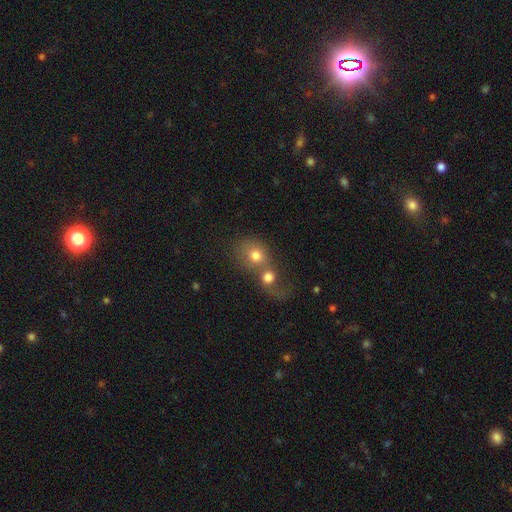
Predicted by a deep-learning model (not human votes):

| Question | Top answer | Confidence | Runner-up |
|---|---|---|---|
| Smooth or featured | smooth | 71% | featured or disk (18%) |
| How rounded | round | 73% | in between (26%) |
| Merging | merger | 65% | none (21%) |